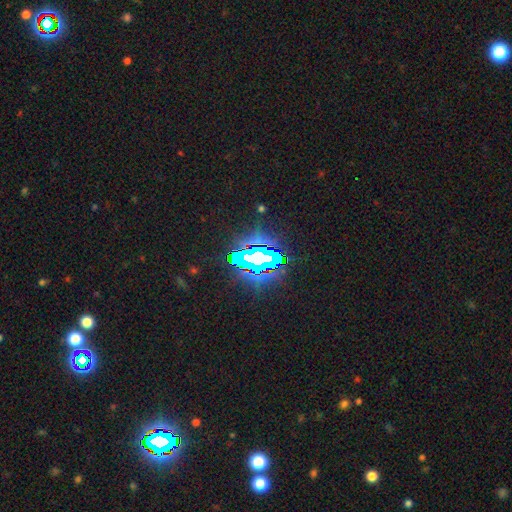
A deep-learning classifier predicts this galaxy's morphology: Smooth or featured: star or artifact — 72% (featured or disk — 14%)